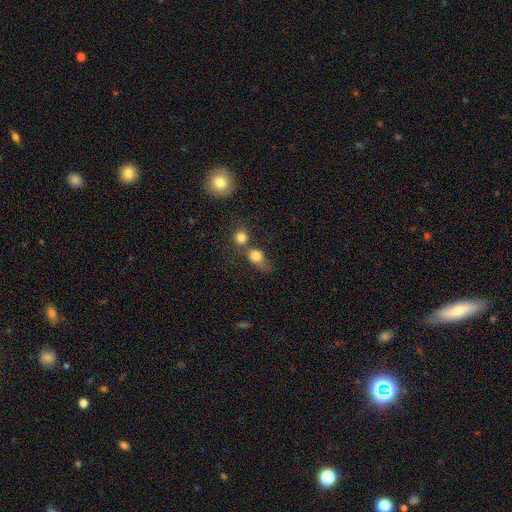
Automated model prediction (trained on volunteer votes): Smooth or featured?
  - smooth: 79% *
  - star or artifact: 11%
  - featured or disk: 10%
How rounded?
  - round: 62% *
  - in between: 35%
  - cigar-shaped: 2%
Merging?
  - merger: 43% *
  - none: 31%
  - minor disturbance: 14%
  - major disturbance: 12%